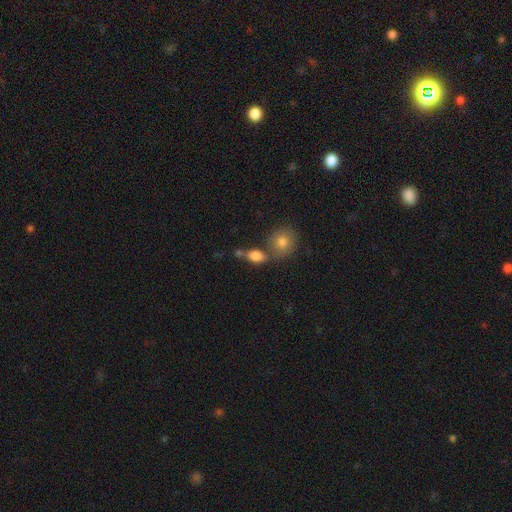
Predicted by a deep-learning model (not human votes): smooth_or_featured: smooth (p=0.81) [alt: featured or disk p=0.10]
how_rounded: in between (p=0.76) [alt: round p=0.18]
merging: none (p=0.49) [alt: merger p=0.31]